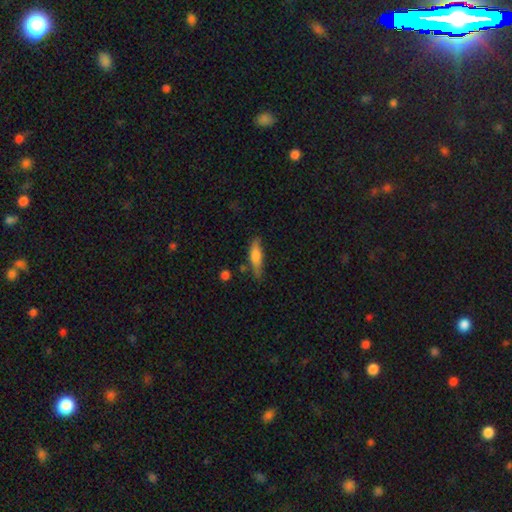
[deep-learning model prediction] Q: Smooth or featured?
A: smooth (73%); runner-up: featured or disk (21%)
Q: How rounded?
A: cigar-shaped (60%); runner-up: in between (38%)
Q: Merging?
A: none (65%); runner-up: minor disturbance (25%)